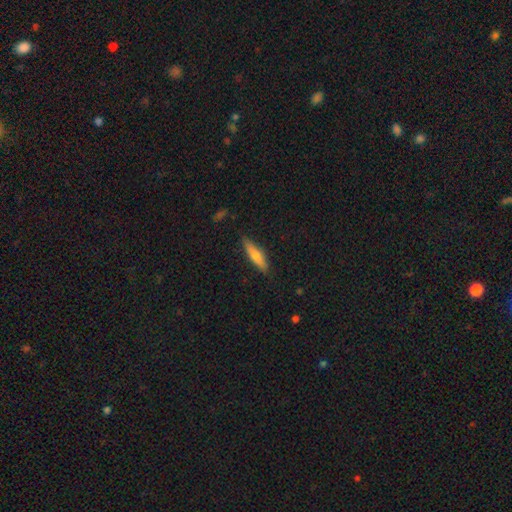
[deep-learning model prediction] Smooth or featured: smooth — 65% (featured or disk — 28%)
How rounded: cigar-shaped — 78% (in between — 20%)
Merging: none — 85% (minor disturbance — 11%)